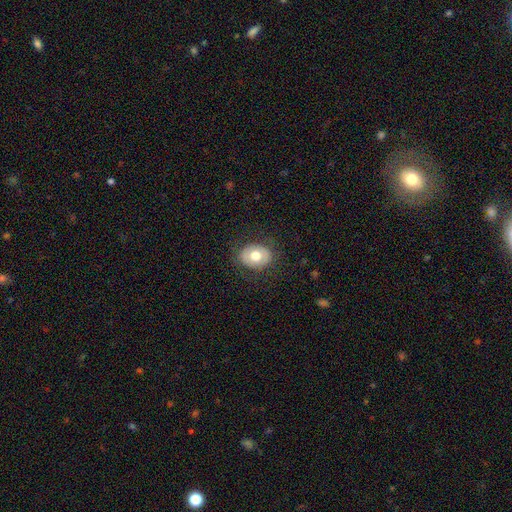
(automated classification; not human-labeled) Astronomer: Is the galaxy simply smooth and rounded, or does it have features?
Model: smooth — 66%.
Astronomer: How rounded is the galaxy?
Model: in between — 55% (runner-up: round, 44%).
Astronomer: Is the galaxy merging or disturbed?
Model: none — 83%.